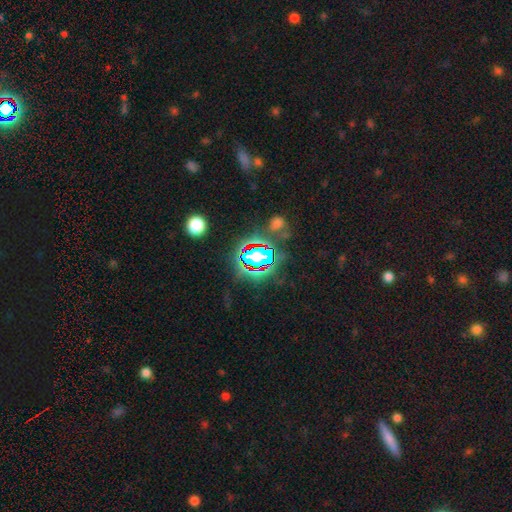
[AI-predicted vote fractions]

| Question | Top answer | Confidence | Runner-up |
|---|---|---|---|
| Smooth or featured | star or artifact | 77% | smooth (14%) |